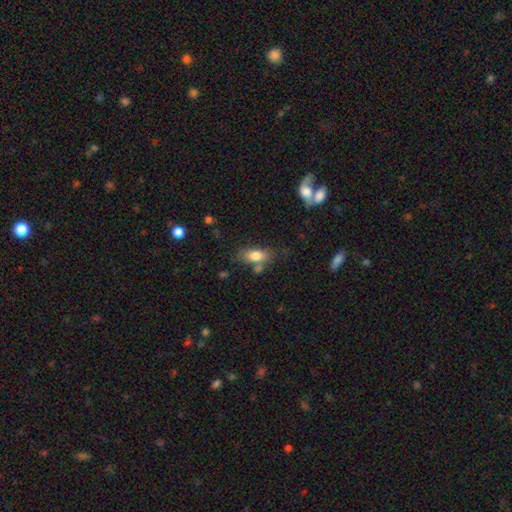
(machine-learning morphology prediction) The model was most divided on "merging": none: 62%, minor disturbance: 18%, merger: 14%, major disturbance: 6%. More confident: how rounded — in between (83%); smooth or featured — smooth (78%).